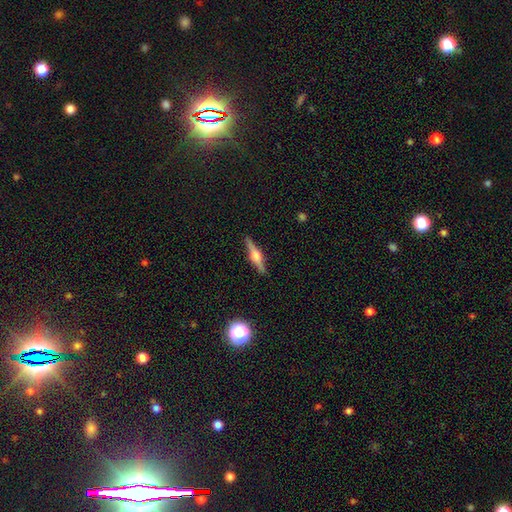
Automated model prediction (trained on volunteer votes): Overall: featured or disk (75%). Edge-on disk: yes (98%). Edge-on bulge: rounded (91%). Merging: none (90%).